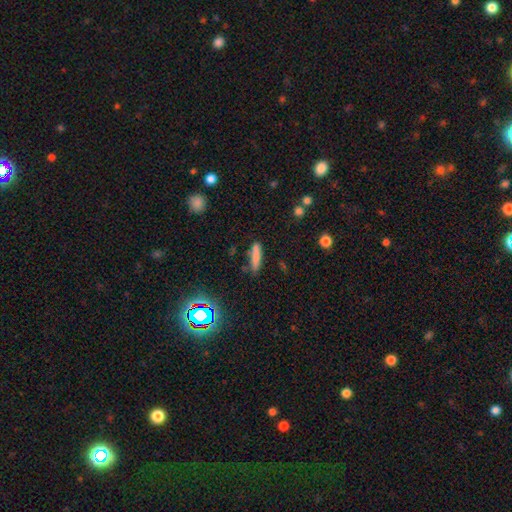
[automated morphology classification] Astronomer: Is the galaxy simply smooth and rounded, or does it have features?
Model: smooth — 78%.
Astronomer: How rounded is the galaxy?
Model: cigar-shaped — 78%.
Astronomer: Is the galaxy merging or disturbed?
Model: none — 74%.